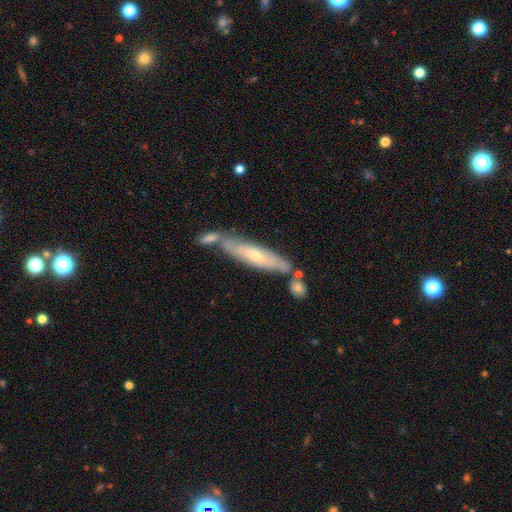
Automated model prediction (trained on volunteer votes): This is possibly a featured or disk galaxy (59%). It is likely viewed edge-on (61%). Merging: possibly none (56%).